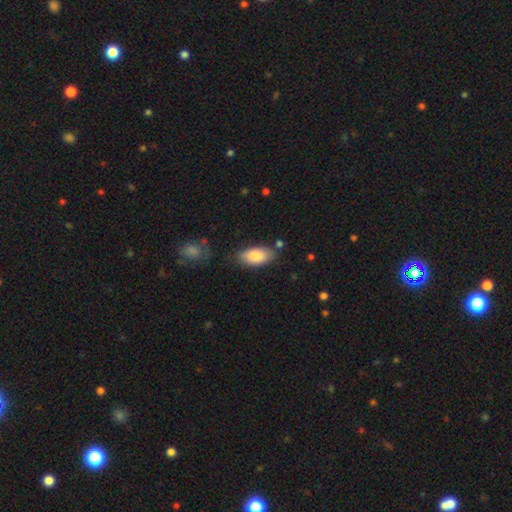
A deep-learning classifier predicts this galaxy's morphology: smooth_or_featured: smooth (p=0.84) [alt: featured or disk p=0.10]
how_rounded: in between (p=0.92) [alt: cigar-shaped p=0.06]
merging: none (p=0.75) [alt: minor disturbance p=0.17]